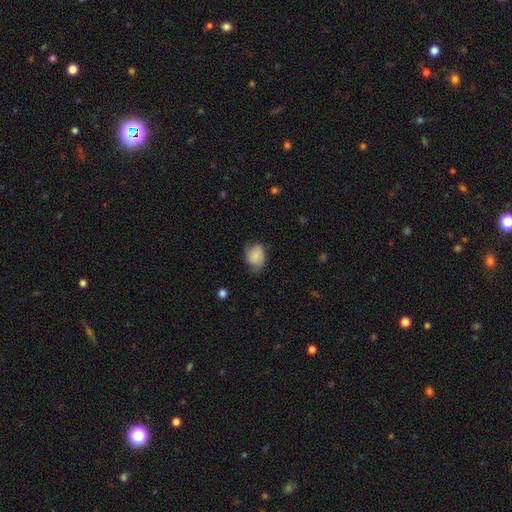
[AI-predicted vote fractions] A smooth galaxy with no disk features (71%) that is in between round and cigar-shaped (64%).

Vote fractions:
- Smooth or featured? smooth: 71% / featured or disk: 21% / star or artifact: 8%
- How rounded? in between: 64% / round: 35% / cigar-shaped: 1%
- Merging? none: 56% / minor disturbance: 32% / major disturbance: 11% / merger: 1%